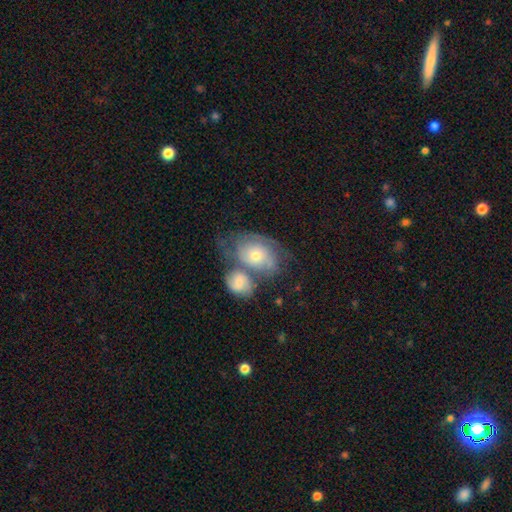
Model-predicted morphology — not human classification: Smooth or featured? featured or disk (59%)
Edge-on disk? no (96%)
Bar? no (78%)
Spiral arms? yes (78%)
Bulge size? moderate (46%, tied with small)
Merging? merger (46%)